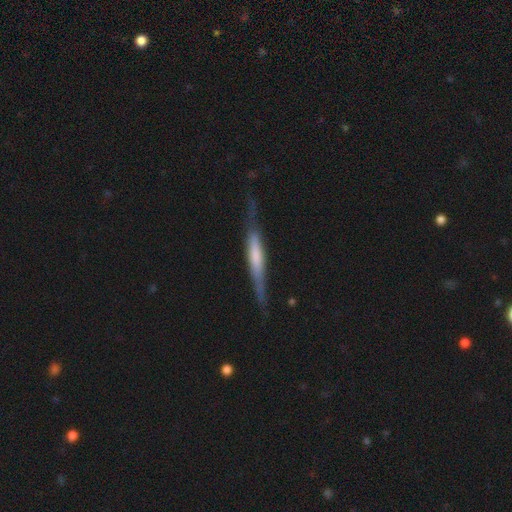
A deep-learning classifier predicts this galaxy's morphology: Smooth or featured?
  - featured or disk: 53% *
  - smooth: 42%
  - star or artifact: 5%
Edge-on disk?
  - yes: 92% *
  - no: 8%
Merging?
  - none: 71% *
  - minor disturbance: 21%
  - major disturbance: 7%
  - merger: 2%